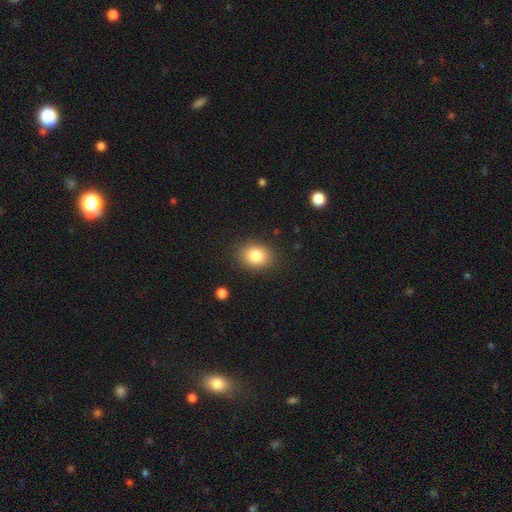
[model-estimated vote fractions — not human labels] Morphology: type=smooth (83%); roundness=in between (50%); merging=none (87%).